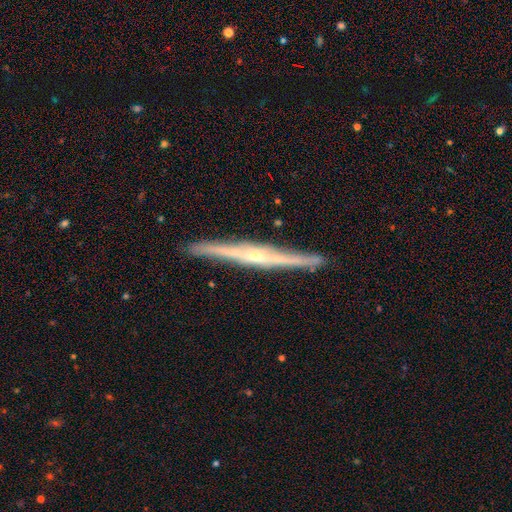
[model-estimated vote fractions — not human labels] Smooth or featured?
  - featured or disk: 83% *
  - smooth: 12%
  - star or artifact: 5%
Edge-on disk?
  - yes: 97% *
  - no: 3%
Edge-on bulge?
  - rounded: 73% *
  - none: 19%
  - boxy: 8%
Merging?
  - none: 90% *
  - minor disturbance: 7%
  - major disturbance: 1%
  - merger: 1%